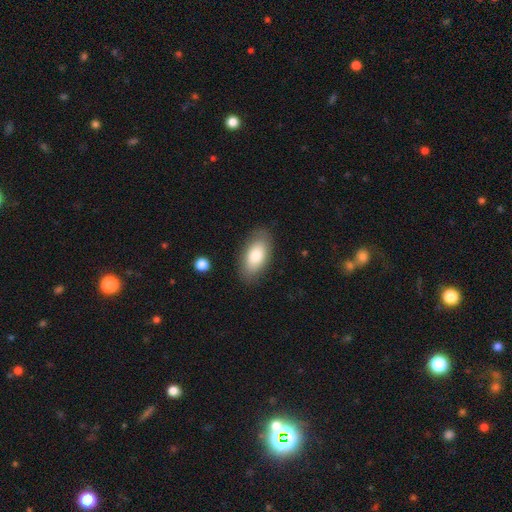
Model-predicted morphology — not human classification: A smooth galaxy with no disk features (78%) that is in between round and cigar-shaped (93%).

Vote fractions:
- Smooth or featured? smooth: 78% / featured or disk: 15% / star or artifact: 6%
- How rounded? in between: 93% / cigar-shaped: 4% / round: 3%
- Merging? none: 84% / minor disturbance: 11% / major disturbance: 3% / merger: 1%